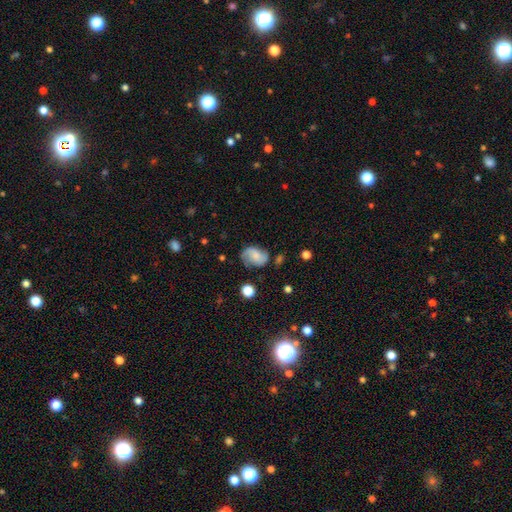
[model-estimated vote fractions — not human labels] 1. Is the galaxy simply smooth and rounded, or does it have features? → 49% featured or disk, 41% smooth, 9% star or artifact.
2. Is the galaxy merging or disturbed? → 65% none, 24% minor disturbance, 8% major disturbance, 3% merger.